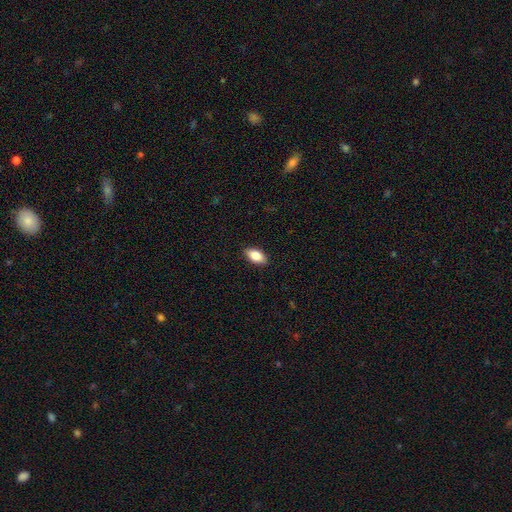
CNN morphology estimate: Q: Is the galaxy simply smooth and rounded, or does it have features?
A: smooth — 84%.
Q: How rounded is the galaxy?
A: in between — 92%.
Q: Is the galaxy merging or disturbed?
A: none — 89%.